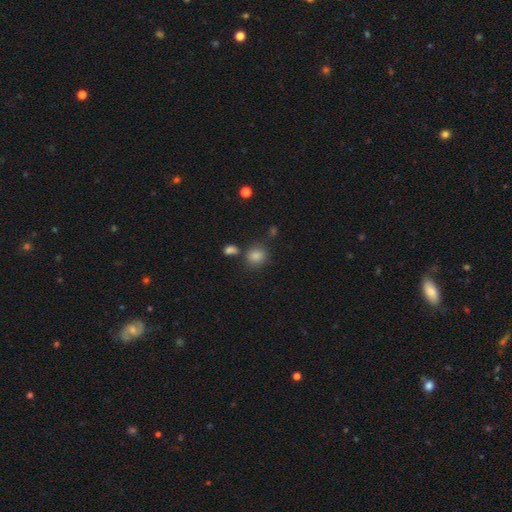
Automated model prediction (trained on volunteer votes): This is clearly a smooth galaxy (80%). How rounded: likely round (77%). Merging: likely none (74%).